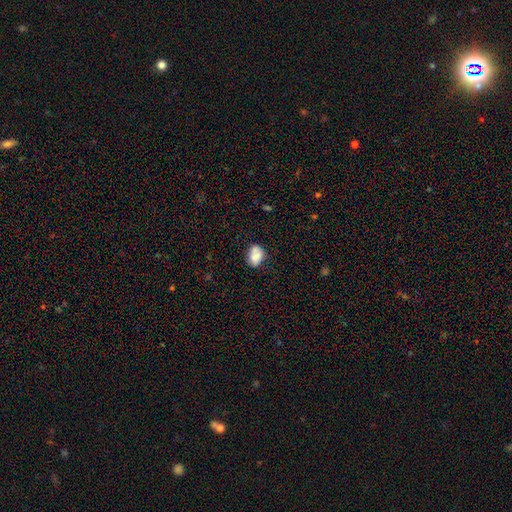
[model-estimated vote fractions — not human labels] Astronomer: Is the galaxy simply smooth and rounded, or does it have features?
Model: smooth — 79%.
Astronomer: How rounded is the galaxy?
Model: in between — 73%.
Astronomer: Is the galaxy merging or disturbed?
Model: none — 52%.